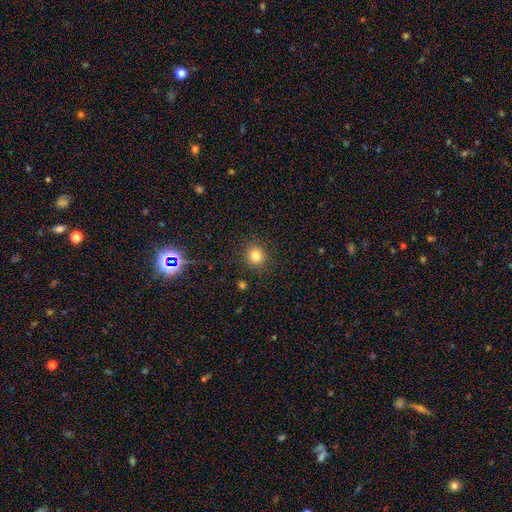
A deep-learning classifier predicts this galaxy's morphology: Q: Smooth or featured?
A: smooth (80%); runner-up: star or artifact (14%)
Q: How rounded?
A: round (89%); runner-up: in between (10%)
Q: Merging?
A: none (89%); runner-up: minor disturbance (7%)